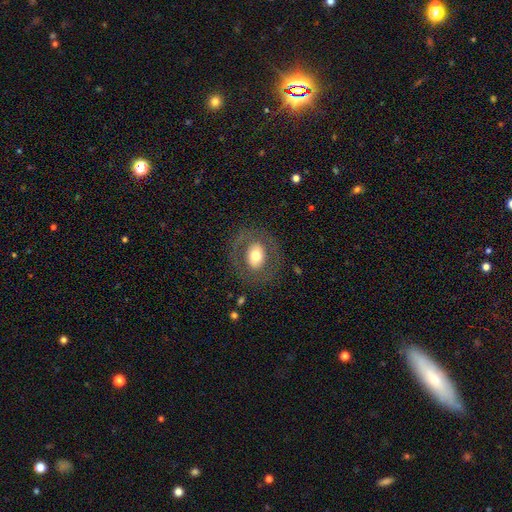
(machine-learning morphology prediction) Q: Smooth or featured?
A: smooth (53%); runner-up: featured or disk (39%)
Q: How rounded?
A: round (53%); runner-up: in between (46%)
Q: Merging?
A: none (78%); runner-up: minor disturbance (12%)